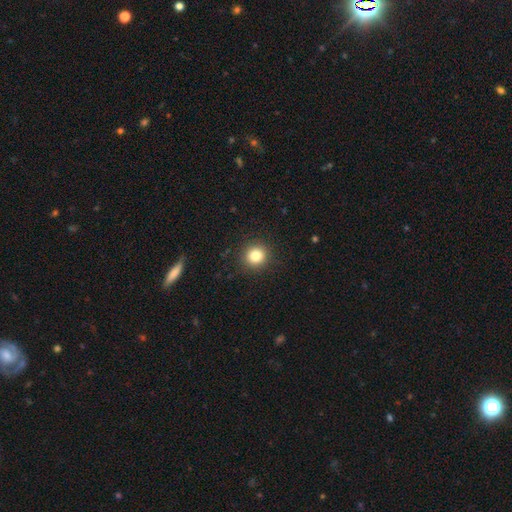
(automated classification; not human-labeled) Smooth or featured: smooth — 83% (star or artifact — 11%)
How rounded: round — 92% (in between — 7%)
Merging: none — 91% (minor disturbance — 6%)